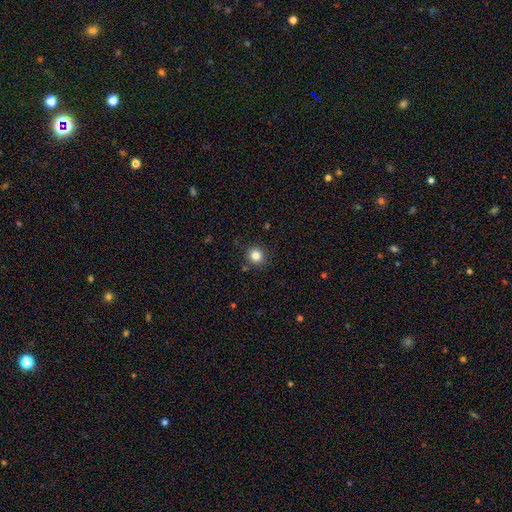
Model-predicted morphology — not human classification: Overall: smooth (83%). How rounded: round (89%). Merging: none (88%).